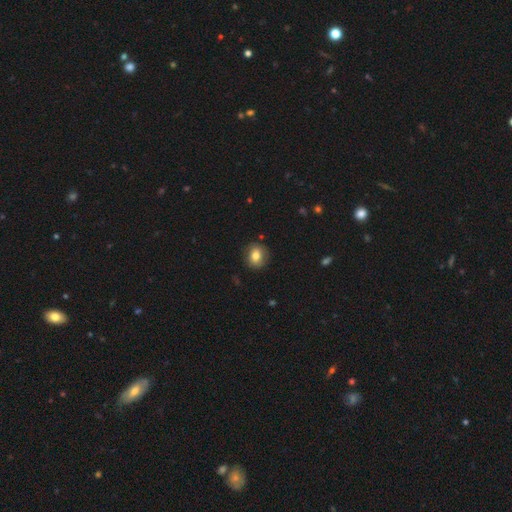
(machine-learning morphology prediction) Smooth or featured? smooth (78%)
How rounded? round (72%)
Merging? none (85%)